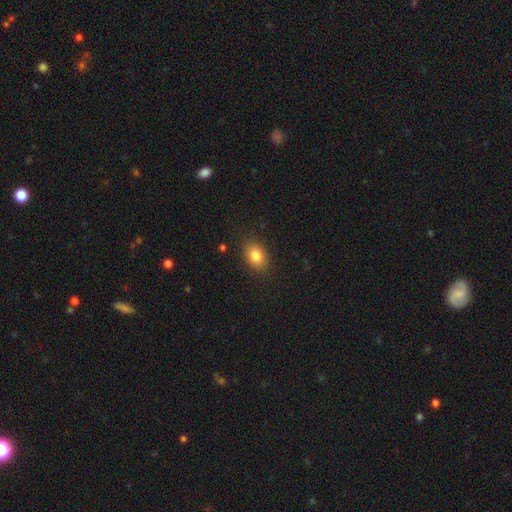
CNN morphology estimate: smooth-or-featured: smooth: 83% | star or artifact: 9% | featured or disk: 8%
  how-rounded: in between: 76% | round: 23% | cigar-shaped: 1%
  merging: none: 86% | minor disturbance: 10% | major disturbance: 3% | merger: 1%